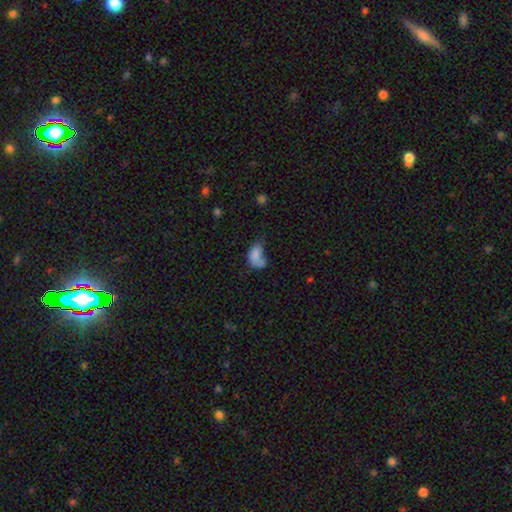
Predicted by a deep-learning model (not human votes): smooth-or-featured: smooth: 74% | featured or disk: 16% | star or artifact: 10%
  how-rounded: in between: 87% | round: 11% | cigar-shaped: 2%
  merging: merger: 30% | major disturbance: 27% | none: 23% | minor disturbance: 21%